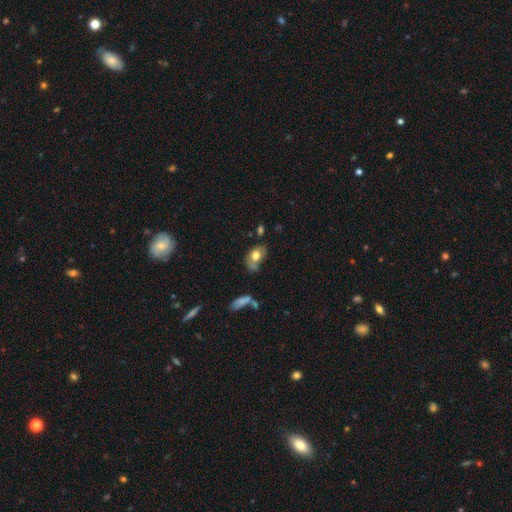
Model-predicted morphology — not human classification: The model was most divided on "merging": none: 48%, minor disturbance: 28%, major disturbance: 13%, merger: 11%. More confident: how rounded — in between (82%); smooth or featured — smooth (65%).